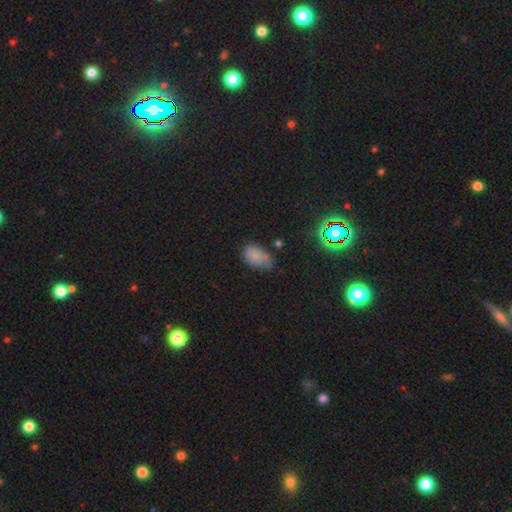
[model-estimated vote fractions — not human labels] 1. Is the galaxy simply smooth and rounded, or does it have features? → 78% smooth, 13% star or artifact, 9% featured or disk.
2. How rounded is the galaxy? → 89% in between, 10% round, 2% cigar-shaped.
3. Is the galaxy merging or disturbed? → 52% none, 32% minor disturbance, 10% major disturbance, 6% merger.